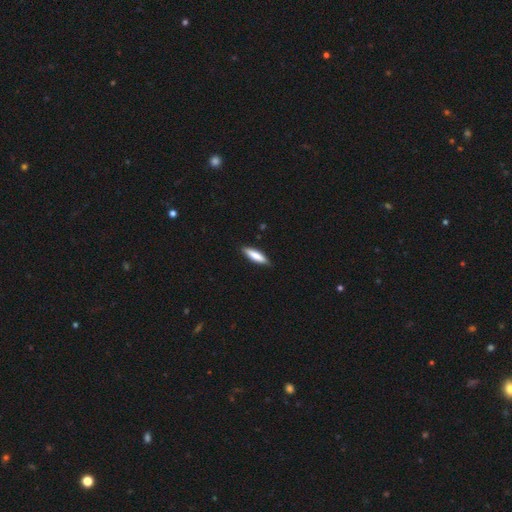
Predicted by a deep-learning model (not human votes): Smooth or featured?
  - smooth: 77% *
  - featured or disk: 17%
  - star or artifact: 5%
How rounded?
  - cigar-shaped: 70% *
  - in between: 29%
  - round: 1%
Merging?
  - none: 87% *
  - minor disturbance: 10%
  - major disturbance: 2%
  - merger: 1%